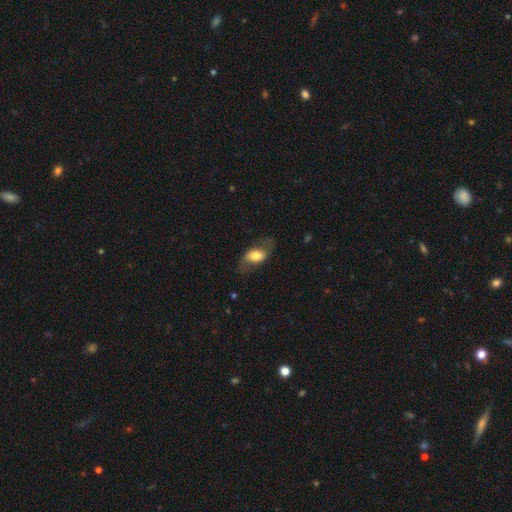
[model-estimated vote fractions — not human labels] Morphology: type=smooth (48%); merging=none (66%).